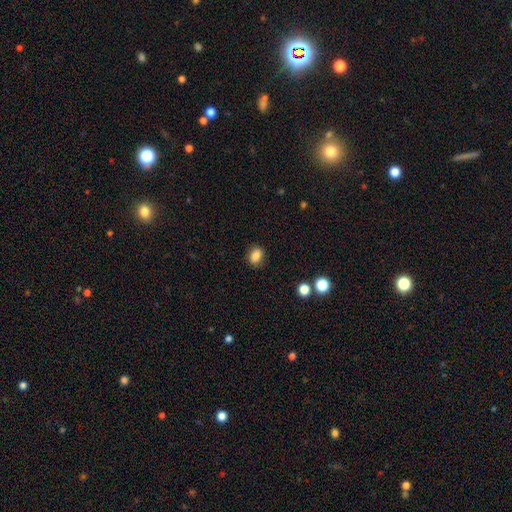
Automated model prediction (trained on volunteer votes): smooth-or-featured: smooth: 85% | star or artifact: 10% | featured or disk: 5%
  how-rounded: in between: 62% | round: 37% | cigar-shaped: 1%
  merging: none: 86% | minor disturbance: 10% | major disturbance: 3% | merger: 1%